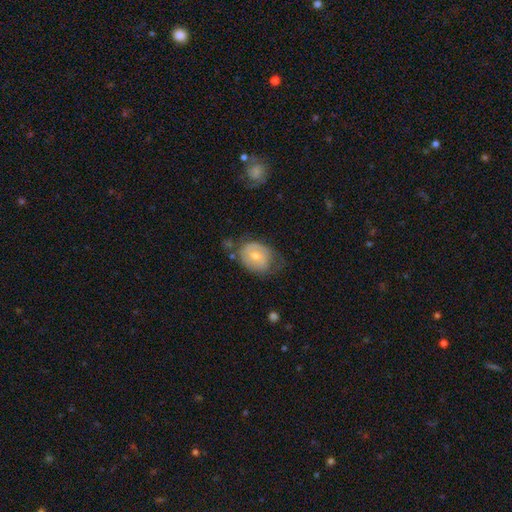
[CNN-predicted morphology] A smooth galaxy with no disk features (52%) that is in between round and cigar-shaped (56%). Merging: none (46%).